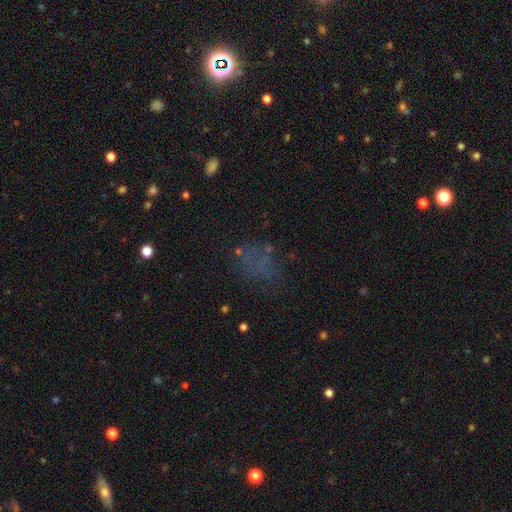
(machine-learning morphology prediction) smooth-or-featured: smooth: 43% | star or artifact: 37% | featured or disk: 20%
  merging: none: 58% | major disturbance: 19% | minor disturbance: 17% | merger: 5%